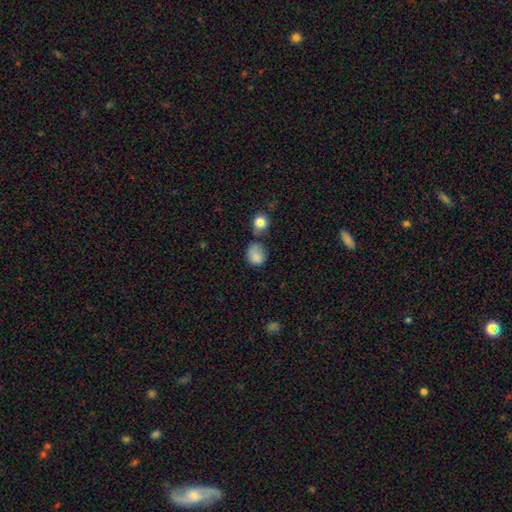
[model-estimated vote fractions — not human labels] This is clearly a smooth galaxy (84%). How rounded: likely round (67%). Merging: possibly none (46%).